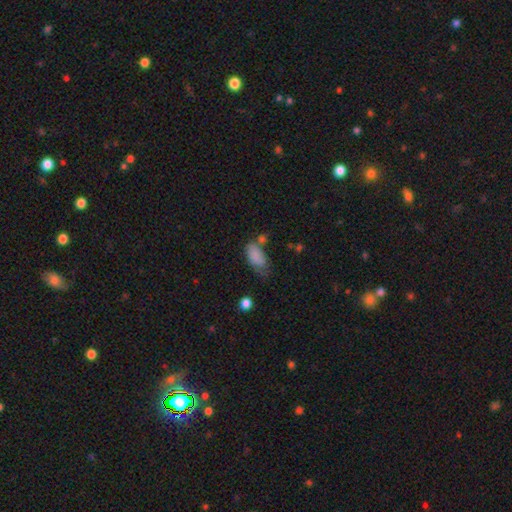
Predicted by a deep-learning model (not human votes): Smooth or featured? Predicted: smooth (p=0.81). How rounded? Predicted: in between (p=0.92). Merging? Predicted: none (p=0.40).